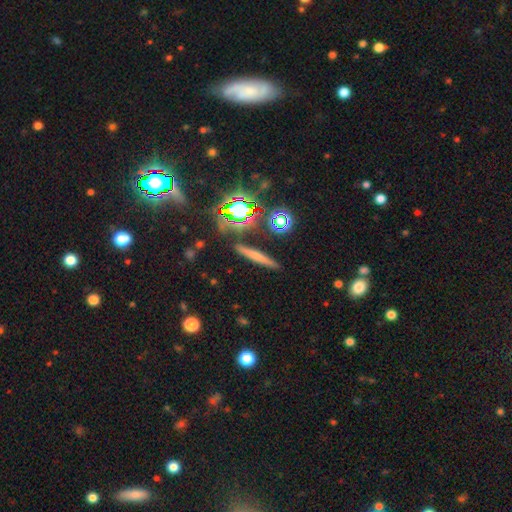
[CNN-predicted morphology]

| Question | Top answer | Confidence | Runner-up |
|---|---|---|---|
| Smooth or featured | smooth | 53% | featured or disk (29%) |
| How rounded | cigar-shaped | 89% | in between (6%) |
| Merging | none | 86% | minor disturbance (8%) |